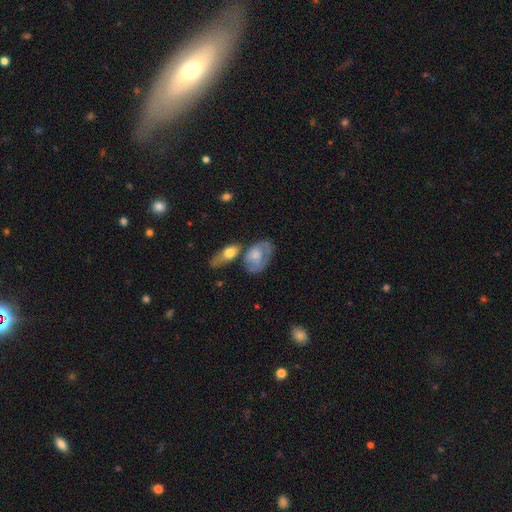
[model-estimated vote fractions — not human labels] Smooth or featured?
  - smooth: 53% *
  - featured or disk: 41%
  - star or artifact: 6%
How rounded?
  - in between: 84% *
  - round: 13%
  - cigar-shaped: 2%
Merging?
  - none: 43% *
  - merger: 23%
  - minor disturbance: 22%
  - major disturbance: 12%